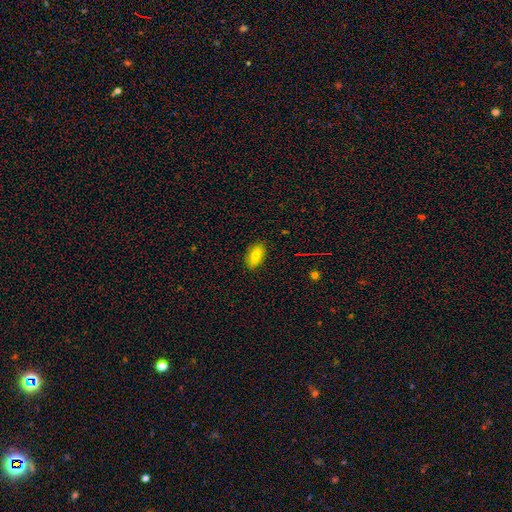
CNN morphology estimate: smooth-or-featured: smooth: 80% | featured or disk: 11% | star or artifact: 8%
  how-rounded: in between: 91% | cigar-shaped: 5% | round: 5%
  merging: none: 87% | minor disturbance: 10% | major disturbance: 2% | merger: 1%